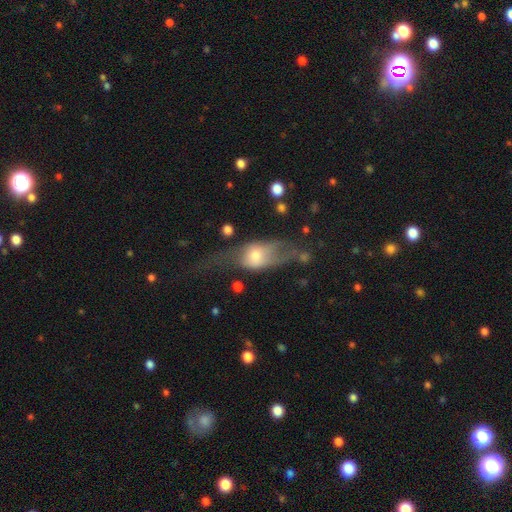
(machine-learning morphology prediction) Smooth or featured? Predicted: featured or disk (p=0.49). Merging? Predicted: major disturbance (p=0.47).